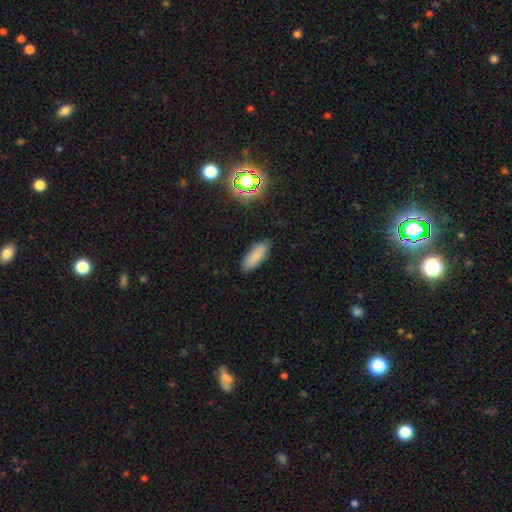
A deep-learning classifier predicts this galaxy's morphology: smooth_or_featured: smooth (p=0.82) [alt: star or artifact p=0.09]
how_rounded: in between (p=0.70) [alt: cigar-shaped p=0.28]
merging: none (p=0.85) [alt: minor disturbance p=0.11]